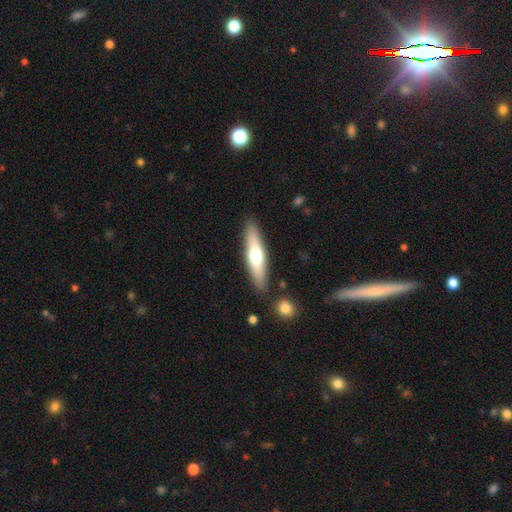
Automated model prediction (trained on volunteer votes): smooth-or-featured: smooth: 54% | featured or disk: 41% | star or artifact: 5%
  how-rounded: cigar-shaped: 73% | in between: 25% | round: 2%
  merging: none: 87% | minor disturbance: 8% | merger: 2% | major disturbance: 2%